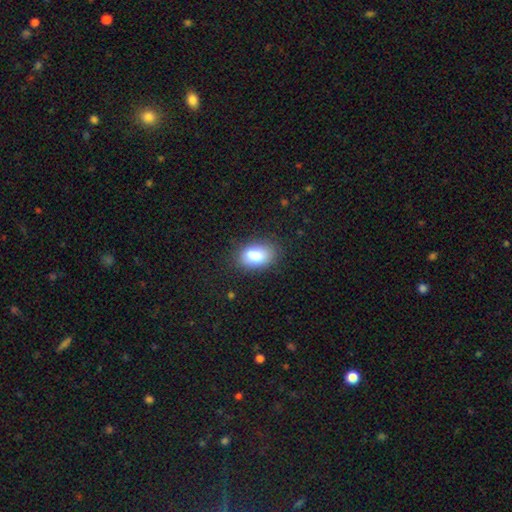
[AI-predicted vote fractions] Smooth or featured? Predicted: smooth (p=0.83). How rounded? Predicted: in between (p=0.85). Merging? Predicted: none (p=0.83).